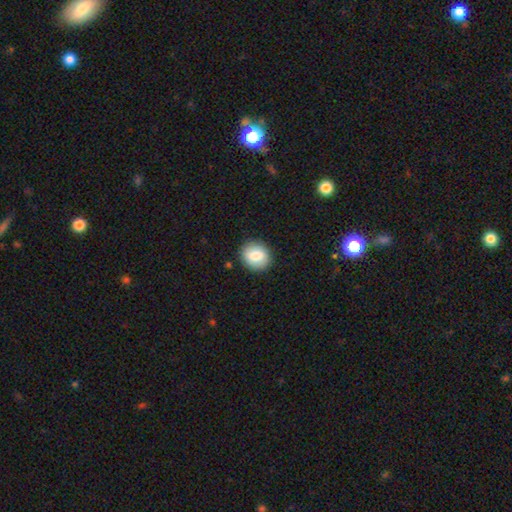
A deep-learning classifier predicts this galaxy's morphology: This appears to be a smooth galaxy with no disk features (81%) that is round (77%). Merging: none (89%).